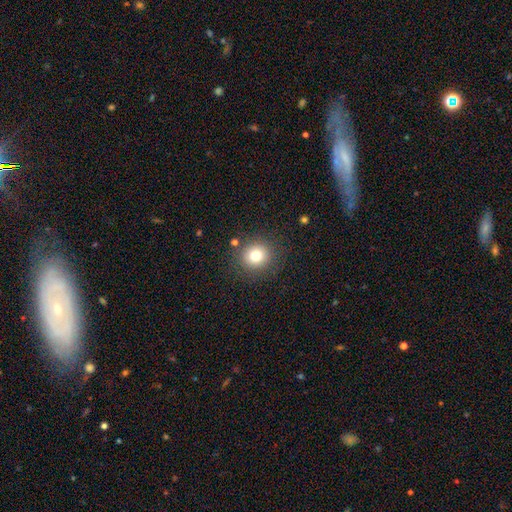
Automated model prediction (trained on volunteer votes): Smooth or featured?
  - smooth: 77% *
  - star or artifact: 14%
  - featured or disk: 10%
How rounded?
  - round: 87% *
  - in between: 12%
  - cigar-shaped: 1%
Merging?
  - none: 85% *
  - minor disturbance: 8%
  - major disturbance: 4%
  - merger: 3%